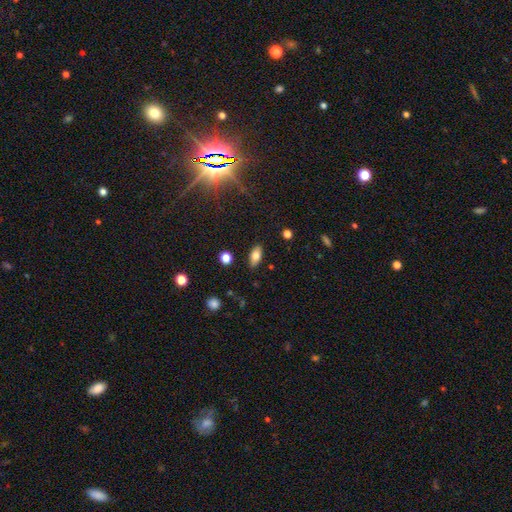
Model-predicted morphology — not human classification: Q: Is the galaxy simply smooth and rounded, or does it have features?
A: smooth — 73%.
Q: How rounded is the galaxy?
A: in between — 85%.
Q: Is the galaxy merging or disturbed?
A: none — 87%.